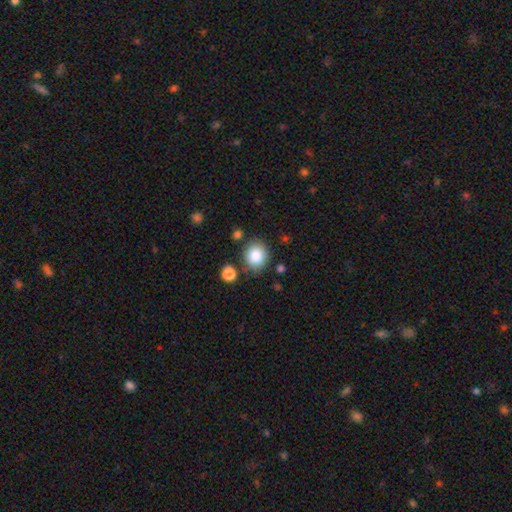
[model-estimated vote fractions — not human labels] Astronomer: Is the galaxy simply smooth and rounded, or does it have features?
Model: smooth — 86%.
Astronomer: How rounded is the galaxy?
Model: round — 76%.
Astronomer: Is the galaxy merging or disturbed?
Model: none — 79%.